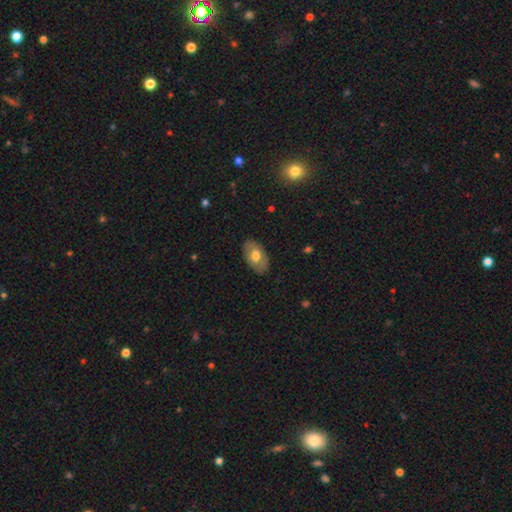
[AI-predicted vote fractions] Smooth or featured? smooth (61%)
How rounded? in between (91%)
Merging? none (84%)